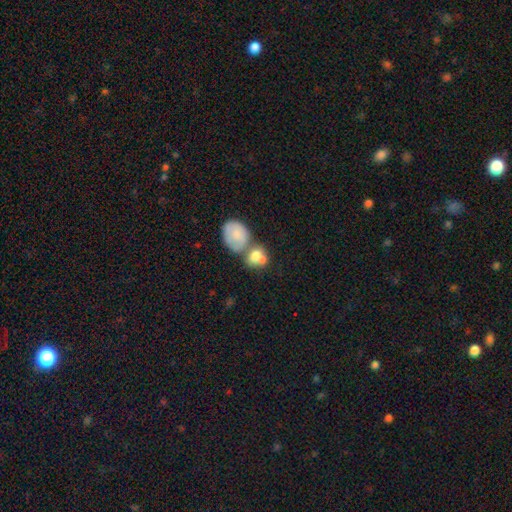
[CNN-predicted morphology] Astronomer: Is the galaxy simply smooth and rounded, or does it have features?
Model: smooth — 74%.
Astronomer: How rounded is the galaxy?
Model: in between — 53% (runner-up: round, 46%).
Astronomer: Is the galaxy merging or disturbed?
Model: merger — 59%.